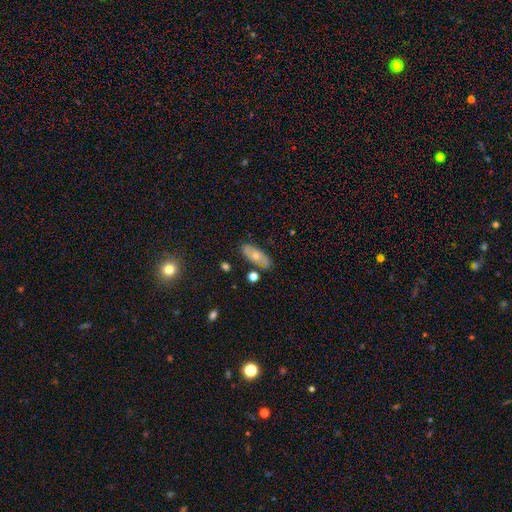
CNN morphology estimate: A smooth galaxy with no disk features (56%) that is in between round and cigar-shaped (79%). Merging: none (76%).